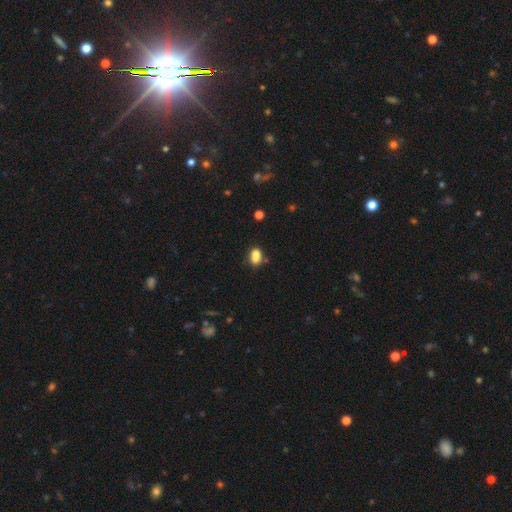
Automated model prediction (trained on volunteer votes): This is likely a smooth galaxy (74%). How rounded: likely in between (61%). Merging: possibly merger (45%).